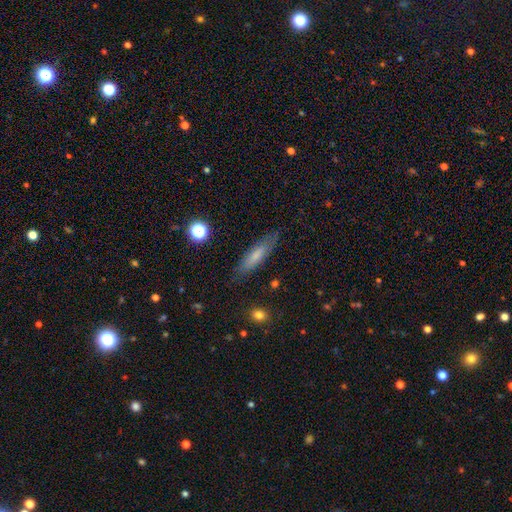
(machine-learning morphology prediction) type=smooth (67%); roundness=cigar-shaped (73%); merging=none (84%).